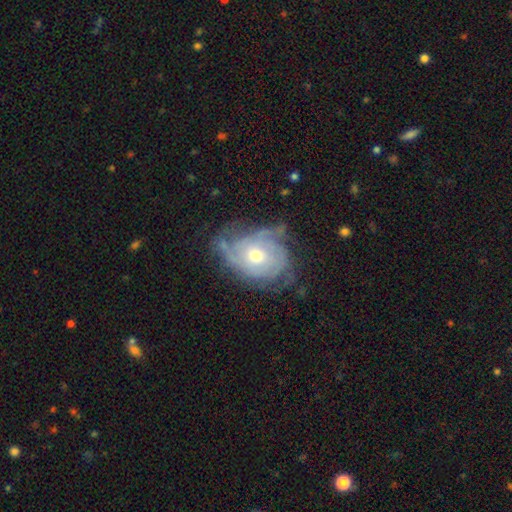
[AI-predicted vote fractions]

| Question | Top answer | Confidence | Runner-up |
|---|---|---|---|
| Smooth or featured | featured or disk | 83% | smooth (11%) |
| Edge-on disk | no | 96% | yes (4%) |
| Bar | no | 77% | weak (19%) |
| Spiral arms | yes | 92% | no (8%) |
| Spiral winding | tight | 63% | medium (28%) |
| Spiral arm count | can't tell | 39% | 3 (21%) |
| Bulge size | moderate | 63% | small (31%) |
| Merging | none | 59% | minor disturbance (26%) |